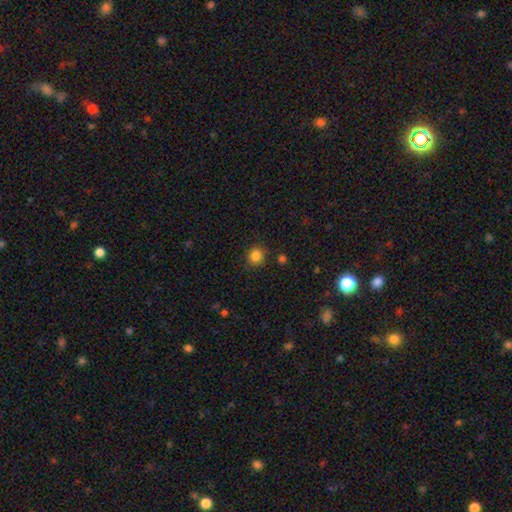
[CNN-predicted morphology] This appears to be a smooth galaxy with no disk features (84%) that is round (88%). Merging: none (87%).